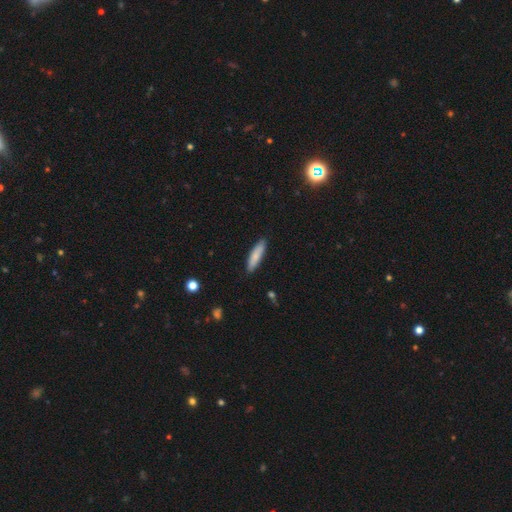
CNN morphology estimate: The model was most divided on "how rounded": cigar-shaped: 73%, in between: 25%, round: 1%. More confident: merging — none (87%); smooth or featured — smooth (79%).